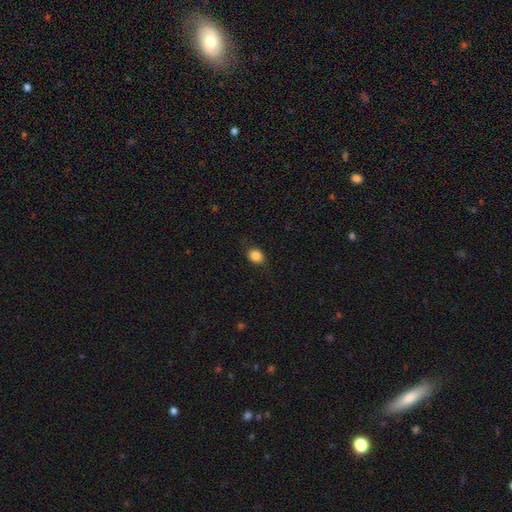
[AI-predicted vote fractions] Overall: smooth (86%). How rounded: in between (56%; round 43%). Merging: none (82%).